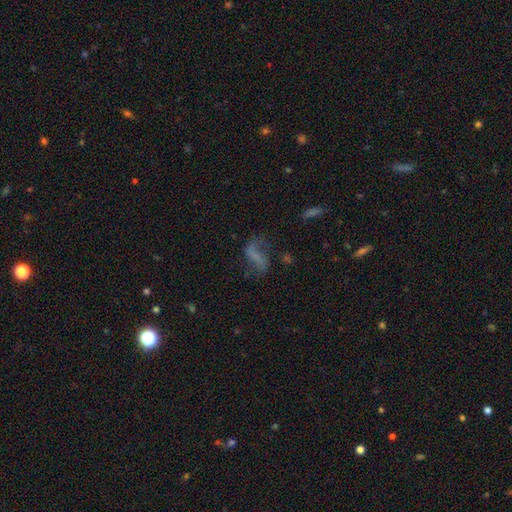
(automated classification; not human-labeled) A featured or disk galaxy (54%) with a strong bar (37%), spiral arms (71%) and no central bulge (72%).

Vote fractions:
- Smooth or featured? featured or disk: 54% / smooth: 31% / star or artifact: 15%
- Edge-on disk? no: 94% / yes: 6%
- Bar? strong: 37% / no: 34% / weak: 29%
- Spiral arms? yes: 71% / no: 29%
- Bulge size? none: 72% / small: 16% / moderate: 7% / large: 3% / dominant: 2%
- Merging? none: 53% / major disturbance: 23% / minor disturbance: 19% / merger: 5%